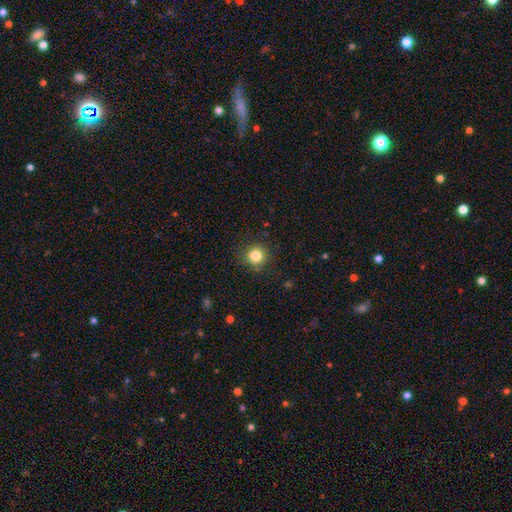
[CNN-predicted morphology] smooth_or_featured: smooth (p=0.83) [alt: star or artifact p=0.12]
how_rounded: round (p=0.93) [alt: in between p=0.06]
merging: none (p=0.88) [alt: minor disturbance p=0.08]